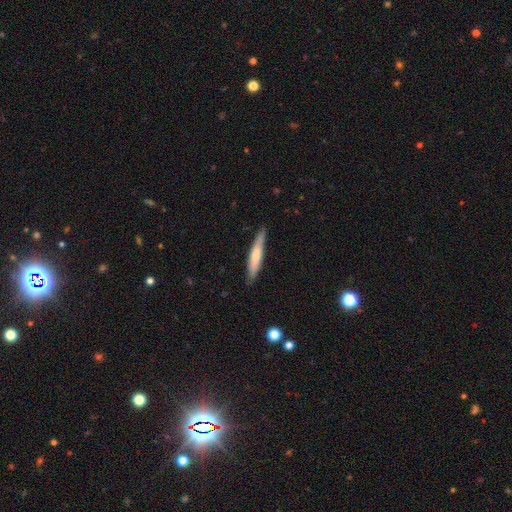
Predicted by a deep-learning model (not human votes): Overall: smooth (64%; featured or disk 31%). How rounded: cigar-shaped (91%). Merging: none (85%).